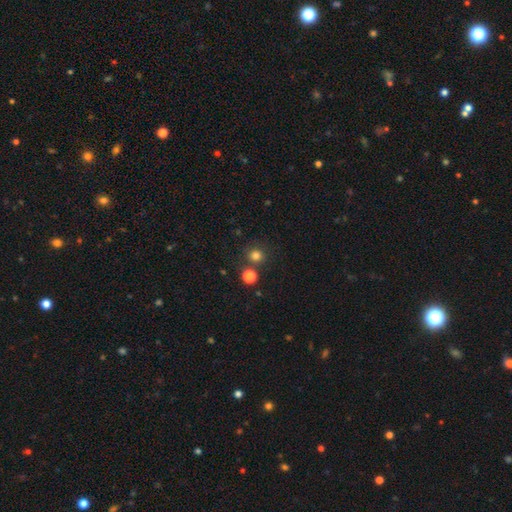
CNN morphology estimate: smooth-or-featured: smooth: 79% | star or artifact: 15% | featured or disk: 5%
  how-rounded: round: 91% | in between: 9% | cigar-shaped: 1%
  merging: none: 78% | merger: 12% | minor disturbance: 8% | major disturbance: 3%